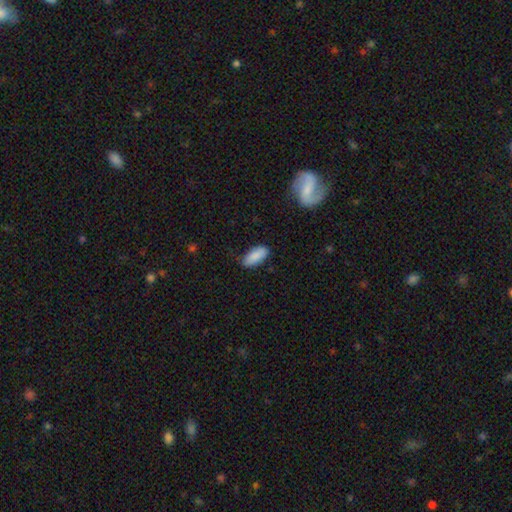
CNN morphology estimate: This appears to be a smooth galaxy with no disk features (88%) that is in between round and cigar-shaped (85%). Merging: none (82%).